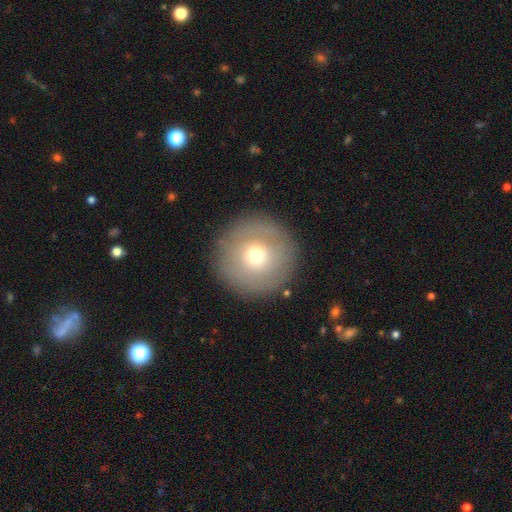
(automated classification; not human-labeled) Smooth or featured: smooth — 66% (featured or disk — 23%)
How rounded: round — 96% (in between — 3%)
Merging: none — 90% (minor disturbance — 6%)